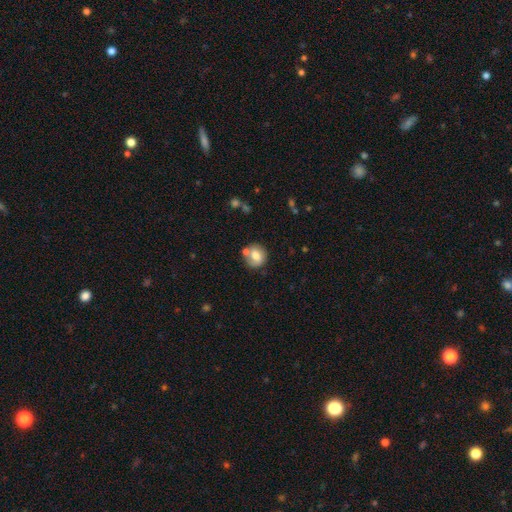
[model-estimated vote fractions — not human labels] The model was most divided on "merging": none: 59%, merger: 20%, minor disturbance: 16%, major disturbance: 5%. More confident: how rounded — round (75%); smooth or featured — smooth (72%).